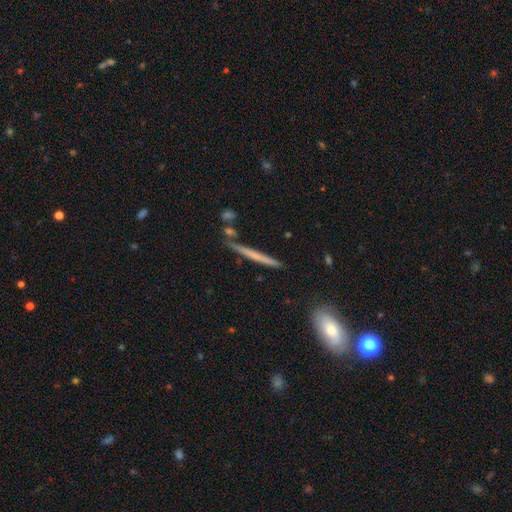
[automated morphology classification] Overall: smooth (49%; featured or disk 44%). Merging: none (83%).